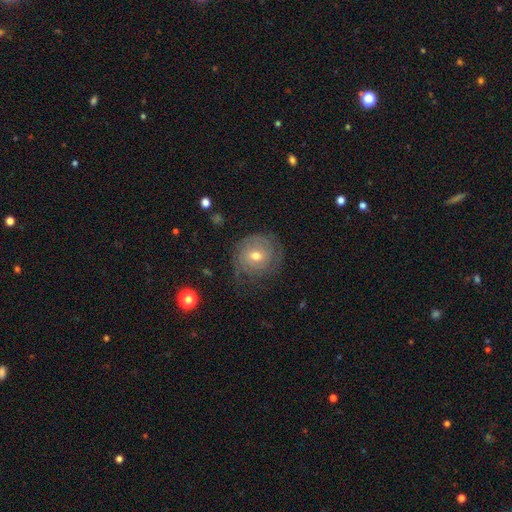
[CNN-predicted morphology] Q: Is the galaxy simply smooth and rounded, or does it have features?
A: featured or disk — 64%.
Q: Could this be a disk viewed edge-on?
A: no — 97%.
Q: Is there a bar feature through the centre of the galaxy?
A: no — 62%.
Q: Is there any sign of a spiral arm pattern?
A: yes — 82%.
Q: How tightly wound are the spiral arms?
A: tight — 68%.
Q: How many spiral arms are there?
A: can't tell — 43%.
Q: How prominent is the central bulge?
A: moderate — 67%.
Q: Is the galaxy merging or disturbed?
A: none — 67%.